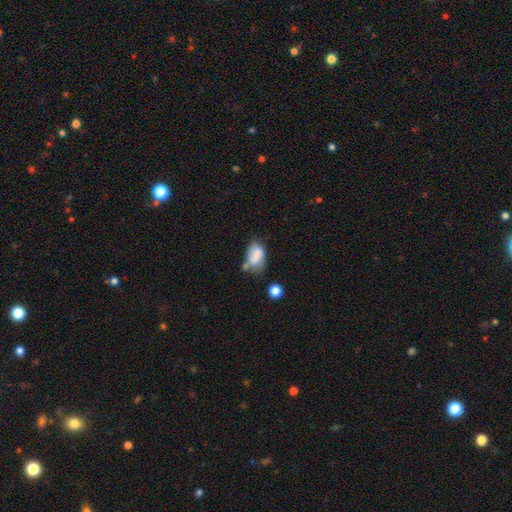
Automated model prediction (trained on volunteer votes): The model was most divided on "merging": none: 37%, minor disturbance: 29%, merger: 20%, major disturbance: 13%. More confident: how rounded — in between (89%); smooth or featured — smooth (75%).